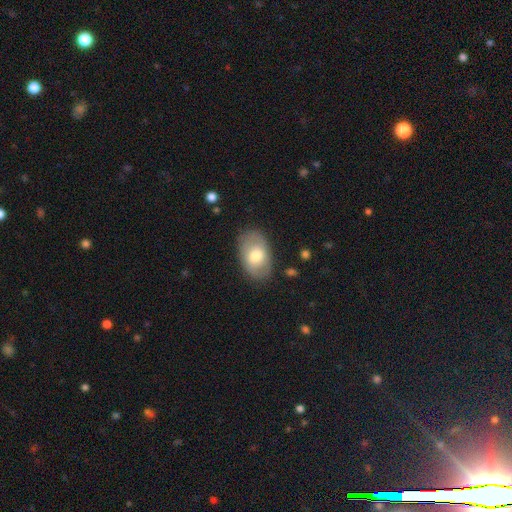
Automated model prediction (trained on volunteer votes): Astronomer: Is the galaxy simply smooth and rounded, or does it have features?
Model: smooth — 63%.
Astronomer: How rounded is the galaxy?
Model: in between — 88%.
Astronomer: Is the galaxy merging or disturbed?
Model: none — 80%.